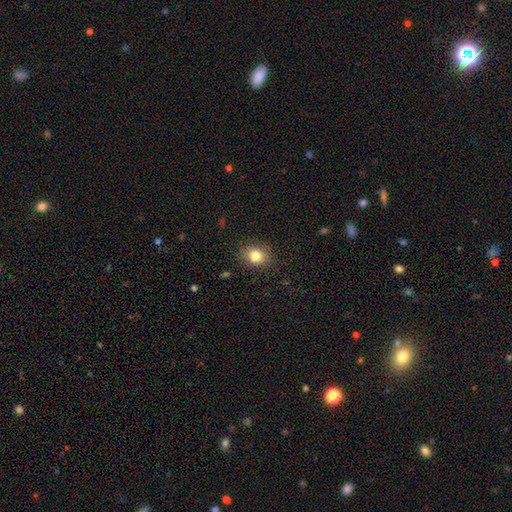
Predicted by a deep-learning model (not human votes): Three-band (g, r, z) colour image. It shows a smooth galaxy with no disk features (82%) that is round (60%). Merging: none (85%).